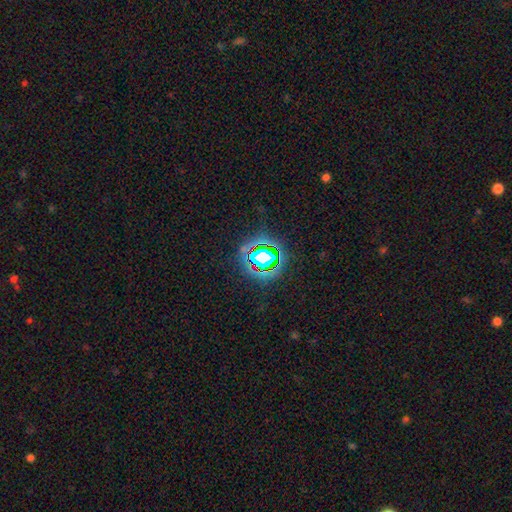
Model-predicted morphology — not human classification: Smooth or featured? star or artifact (77%)